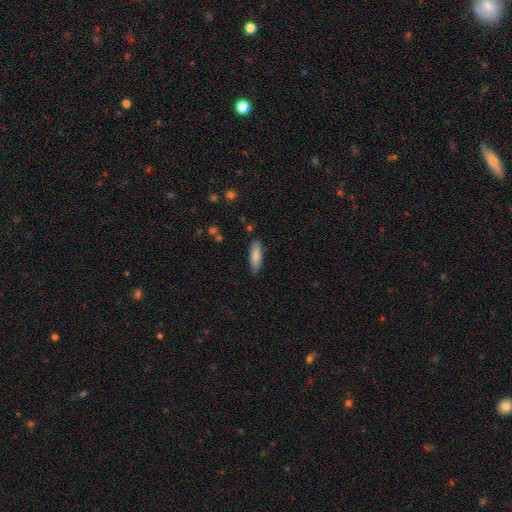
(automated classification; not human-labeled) Overall: smooth (82%). How rounded: cigar-shaped (50%; in between 48%). Merging: none (82%).